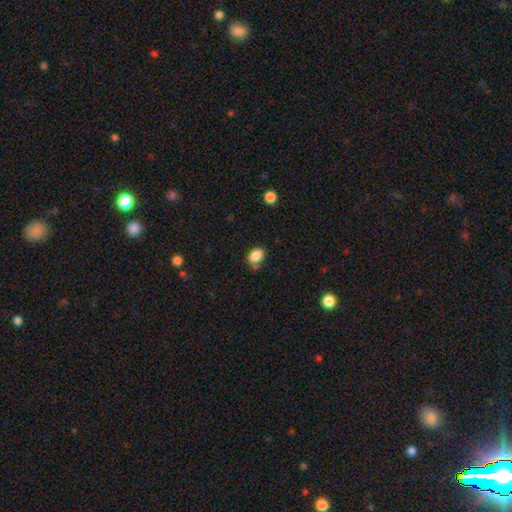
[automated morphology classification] Smooth or featured: smooth — 85% (star or artifact — 9%)
How rounded: in between — 74% (round — 25%)
Merging: none — 64% (minor disturbance — 25%)